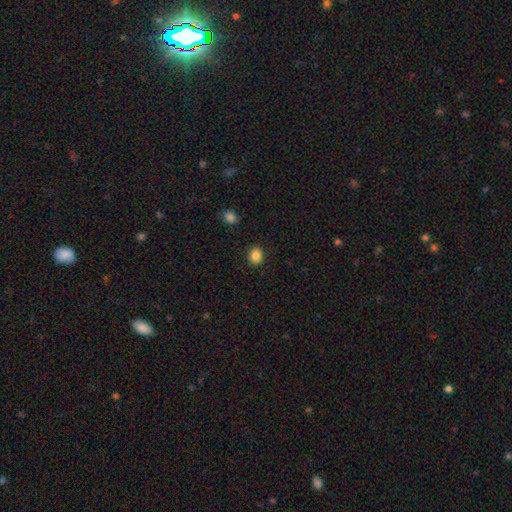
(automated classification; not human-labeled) A smooth galaxy with no disk features (86%) that is round (68%).

Vote fractions:
- Smooth or featured? smooth: 86% / star or artifact: 10% / featured or disk: 4%
- How rounded? round: 68% / in between: 31% / cigar-shaped: 1%
- Merging? none: 91% / minor disturbance: 6% / major disturbance: 2% / merger: 1%